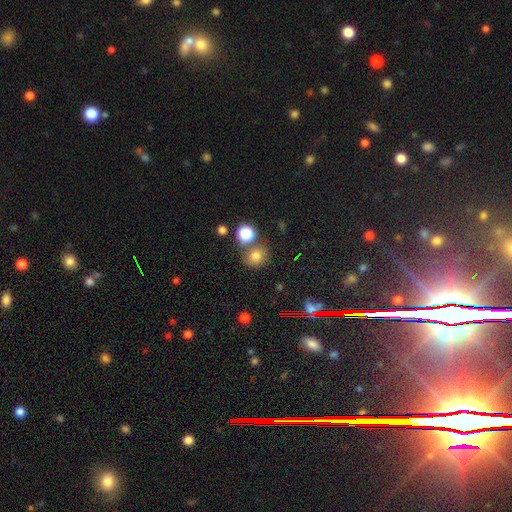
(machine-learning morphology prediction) Smooth or featured? Predicted: smooth (p=0.76). How rounded? Predicted: round (p=0.76). Merging? Predicted: none (p=0.66).